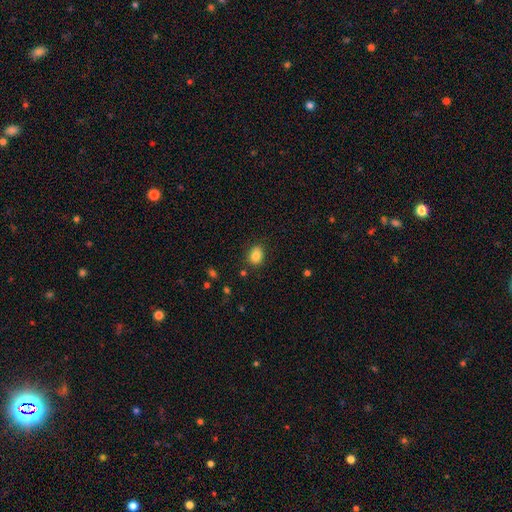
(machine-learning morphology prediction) A smooth galaxy with no disk features (84%) that is in between round and cigar-shaped (55%).

Vote fractions:
- Smooth or featured? smooth: 84% / star or artifact: 10% / featured or disk: 6%
- How rounded? in between: 55% / round: 44% / cigar-shaped: 1%
- Merging? none: 81% / minor disturbance: 13% / major disturbance: 3% / merger: 3%